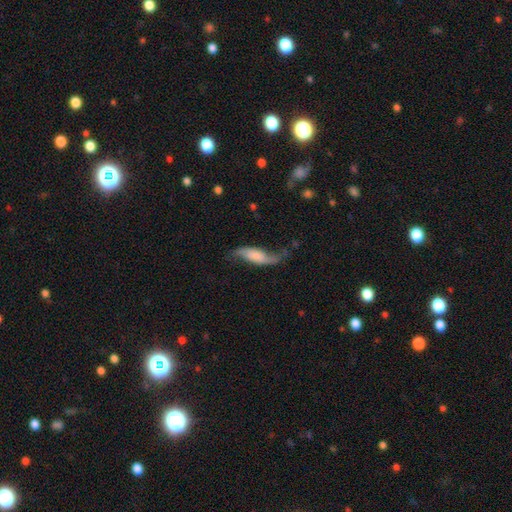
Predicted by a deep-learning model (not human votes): Overall: featured or disk (62%; smooth 31%). Edge-on disk: no (83%). Bar: no (59%; weak 28%). Spiral arms: yes (90%). Bulge size: none (38%; small 23%). Merging: none (54%; minor disturbance 26%).